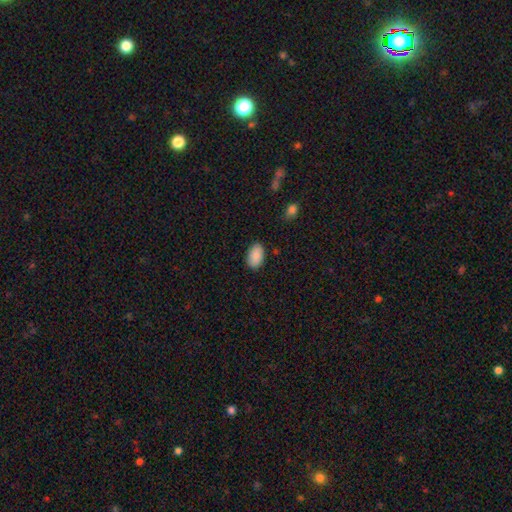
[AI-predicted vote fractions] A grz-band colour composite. It shows a smooth galaxy with no disk features (88%) that is in between round and cigar-shaped (93%). Merging: none (85%).